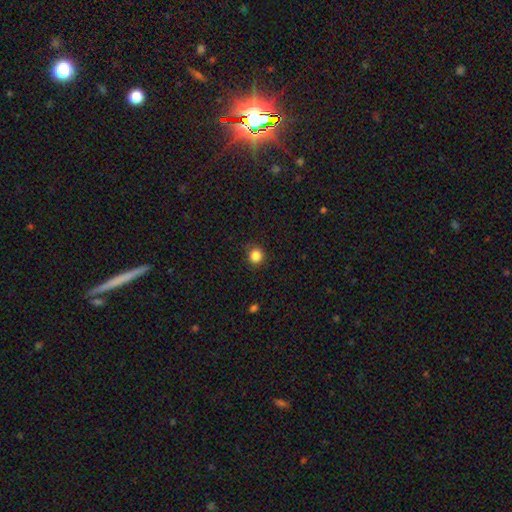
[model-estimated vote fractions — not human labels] Morphology: type=smooth (85%); roundness=round (93%); merging=none (90%).